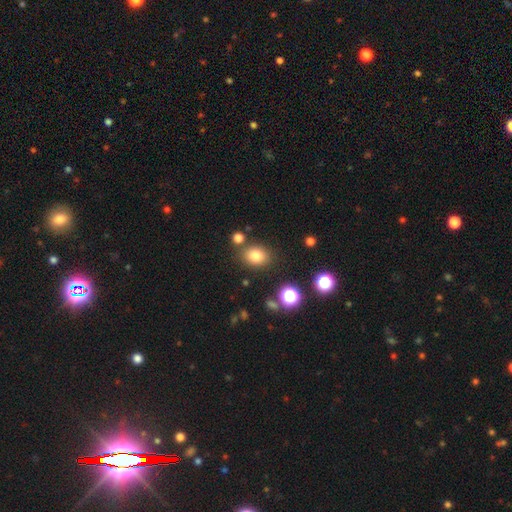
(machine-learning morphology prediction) The model was most divided on "how rounded": in between: 54%, round: 45%, cigar-shaped: 1%. More confident: smooth or featured — smooth (80%); merging — none (80%).